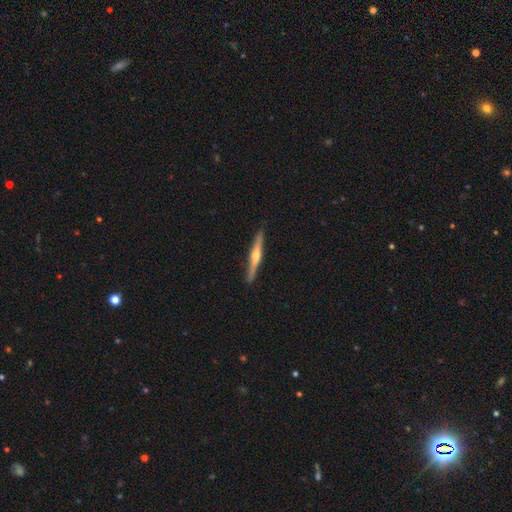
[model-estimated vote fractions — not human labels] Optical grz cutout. It shows a featured or disk galaxy (66%) viewed edge-on (97%) with a rounded central bulge (87%). Merging: none (91%).